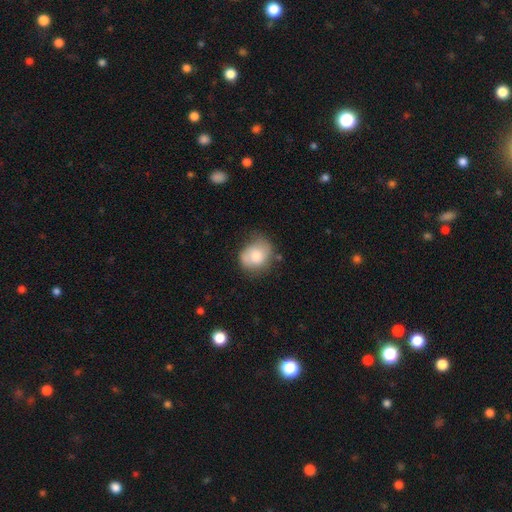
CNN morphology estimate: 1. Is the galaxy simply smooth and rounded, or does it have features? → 69% smooth, 24% featured or disk, 8% star or artifact.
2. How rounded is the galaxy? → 56% round, 43% in between, 1% cigar-shaped.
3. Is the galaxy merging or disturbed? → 54% none, 33% minor disturbance, 10% major disturbance, 4% merger.